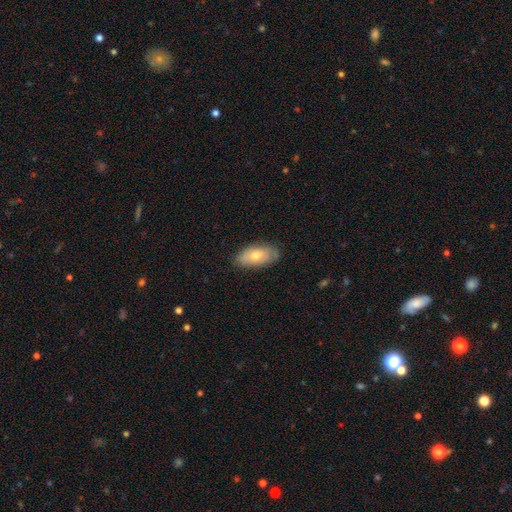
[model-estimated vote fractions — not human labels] This appears to be a smooth galaxy with no disk features (68%) that is in between round and cigar-shaped (90%). Merging: none (82%).